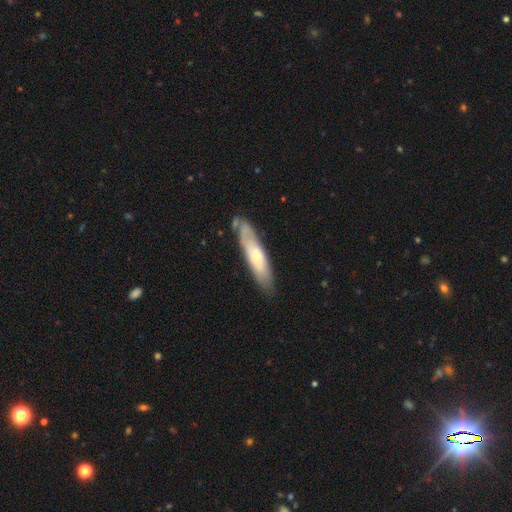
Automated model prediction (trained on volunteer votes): This appears to be a smooth galaxy with no disk features (52%) that is cigar-shaped (77%). Merging: none (72%).